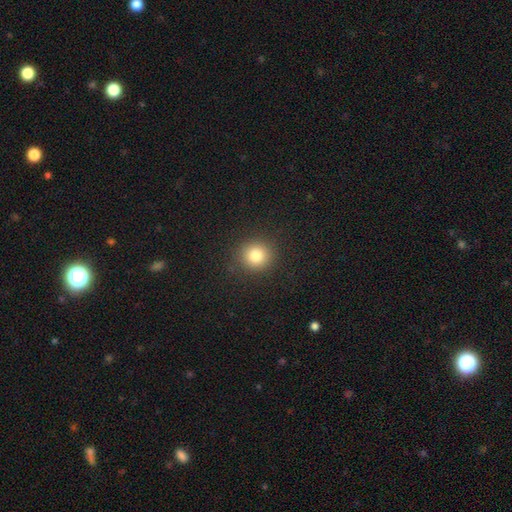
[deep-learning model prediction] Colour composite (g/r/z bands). It shows a smooth galaxy with no disk features (81%) that is round (91%). Merging: none (89%).